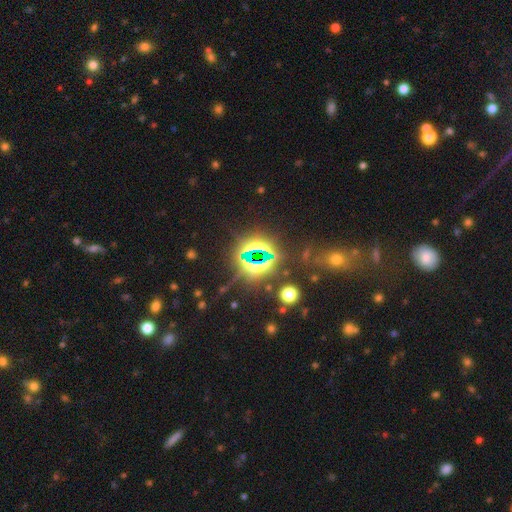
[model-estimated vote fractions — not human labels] Overall: star or artifact (81%).